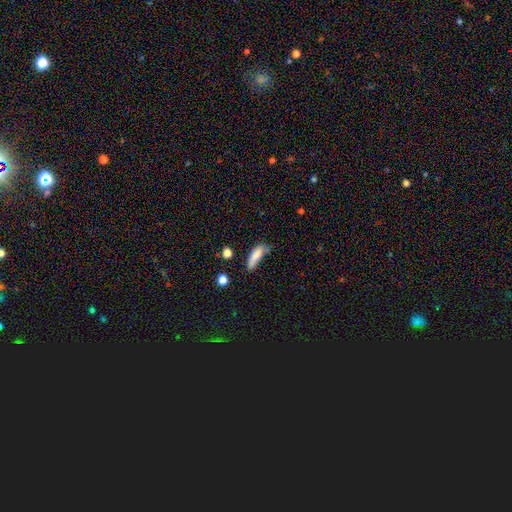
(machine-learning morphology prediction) A smooth galaxy with no disk features (78%) that is in between round and cigar-shaped (55%).

Vote fractions:
- Smooth or featured? smooth: 78% / featured or disk: 14% / star or artifact: 9%
- How rounded? in between: 55% / cigar-shaped: 43% / round: 3%
- Merging? none: 37% / minor disturbance: 36% / major disturbance: 19% / merger: 8%